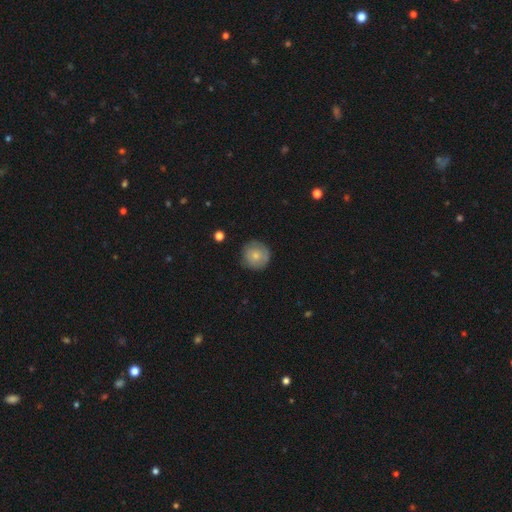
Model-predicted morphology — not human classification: Smooth or featured: smooth — 69% (featured or disk — 24%)
How rounded: round — 94% (in between — 5%)
Merging: none — 81% (minor disturbance — 14%)